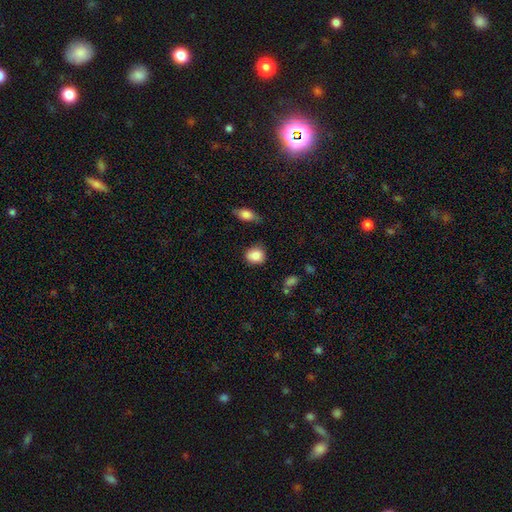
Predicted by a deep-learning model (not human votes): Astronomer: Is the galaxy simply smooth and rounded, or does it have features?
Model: smooth — 85%.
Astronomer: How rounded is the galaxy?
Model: round — 72%.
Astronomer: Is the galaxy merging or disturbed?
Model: none — 81%.